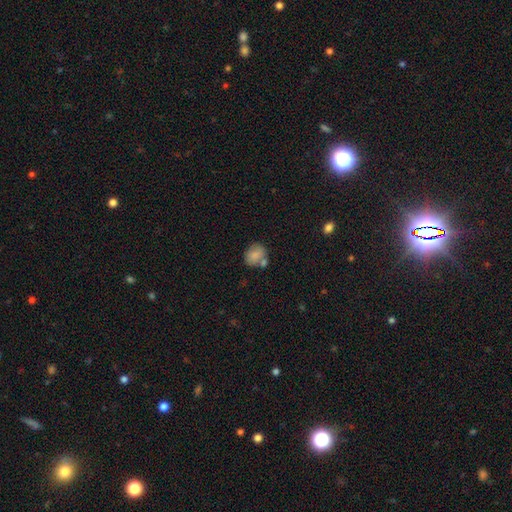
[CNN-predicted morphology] This is likely a smooth galaxy (80%). How rounded: possibly round (59%). Merging: possibly none (53%).